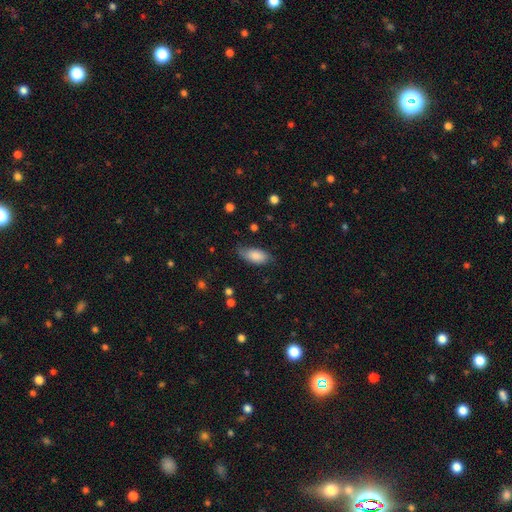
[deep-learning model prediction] The model was most divided on "merging": none: 68%, minor disturbance: 25%, major disturbance: 6%, merger: 1%. More confident: how rounded — in between (89%); smooth or featured — smooth (80%).